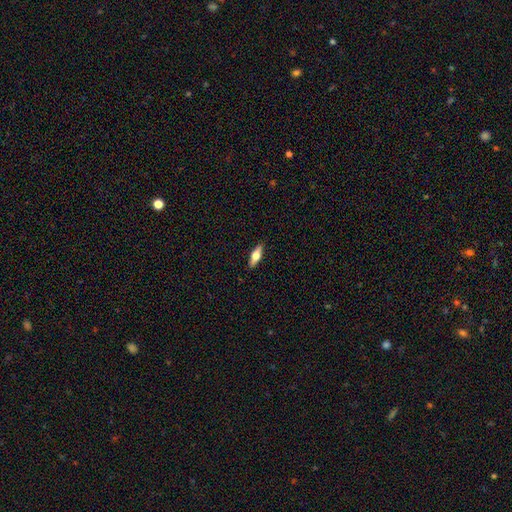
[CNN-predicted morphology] A smooth galaxy with no disk features (51%) that is in between round and cigar-shaped (51%). Merging: none (90%).